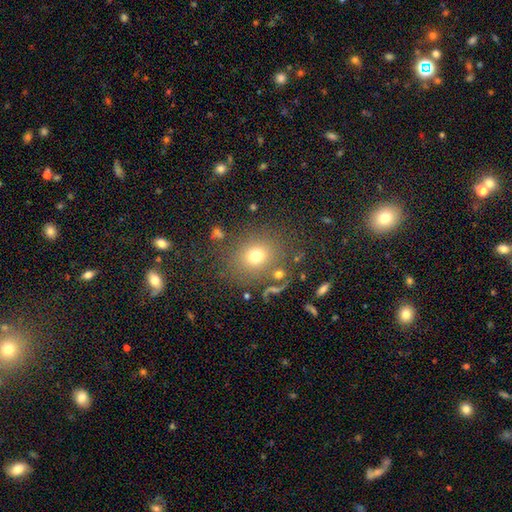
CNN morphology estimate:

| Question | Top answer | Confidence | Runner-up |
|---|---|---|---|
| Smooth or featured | smooth | 71% | star or artifact (18%) |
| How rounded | round | 76% | in between (23%) |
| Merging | none | 79% | minor disturbance (11%) |